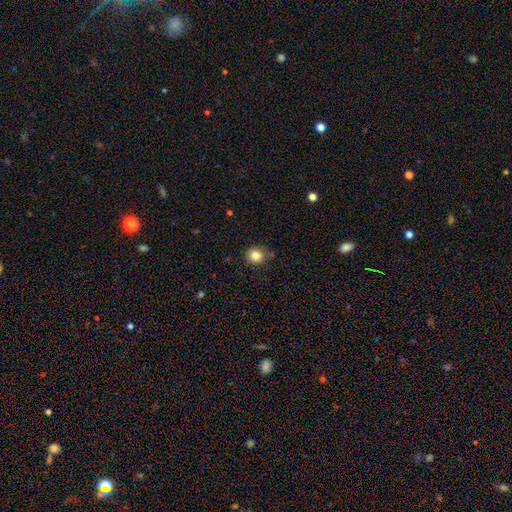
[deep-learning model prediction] smooth_or_featured: smooth (p=0.83) [alt: star or artifact p=0.11]
how_rounded: round (p=0.90) [alt: in between p=0.09]
merging: none (p=0.81) [alt: minor disturbance p=0.13]